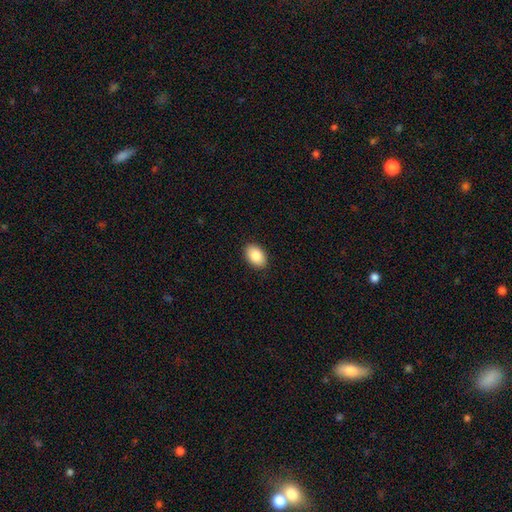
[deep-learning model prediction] Smooth or featured? Predicted: smooth (p=0.87). How rounded? Predicted: in between (p=0.89). Merging? Predicted: none (p=0.90).